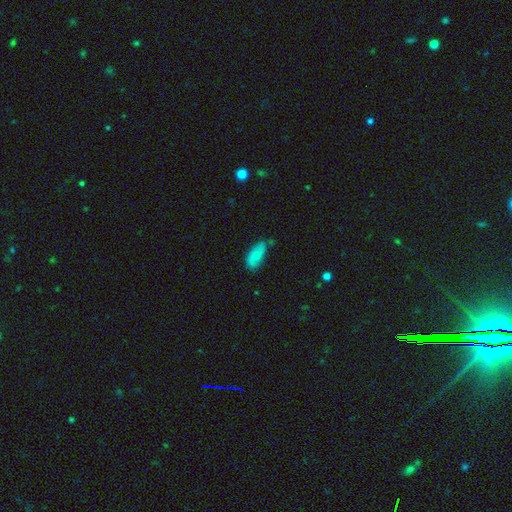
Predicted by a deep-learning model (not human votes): Overall: smooth (78%). How rounded: in between (85%). Merging: none (60%; minor disturbance 30%).